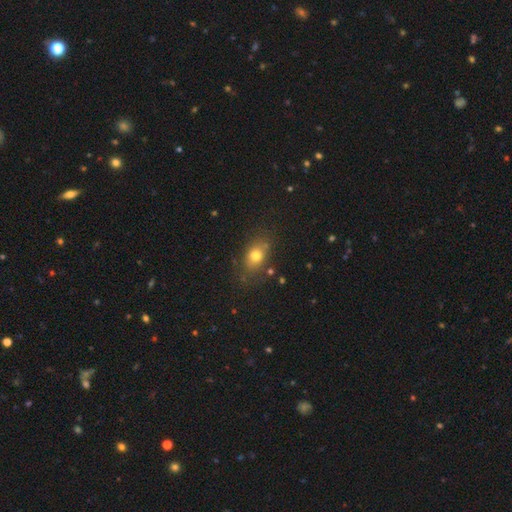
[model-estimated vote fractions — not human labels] Q: Smooth or featured?
A: smooth (75%); runner-up: star or artifact (13%)
Q: How rounded?
A: in between (65%); runner-up: round (32%)
Q: Merging?
A: none (75%); runner-up: minor disturbance (16%)